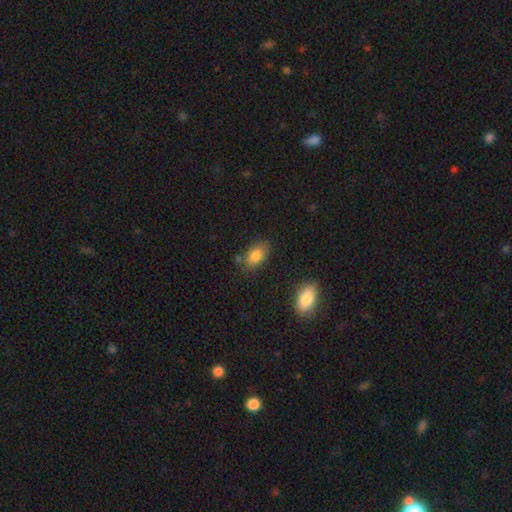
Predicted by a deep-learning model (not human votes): A smooth galaxy with no disk features (84%) that is in between round and cigar-shaped (90%).

Vote fractions:
- Smooth or featured? smooth: 84% / featured or disk: 9% / star or artifact: 8%
- How rounded? in between: 90% / round: 7% / cigar-shaped: 3%
- Merging? none: 74% / minor disturbance: 16% / merger: 6% / major disturbance: 4%